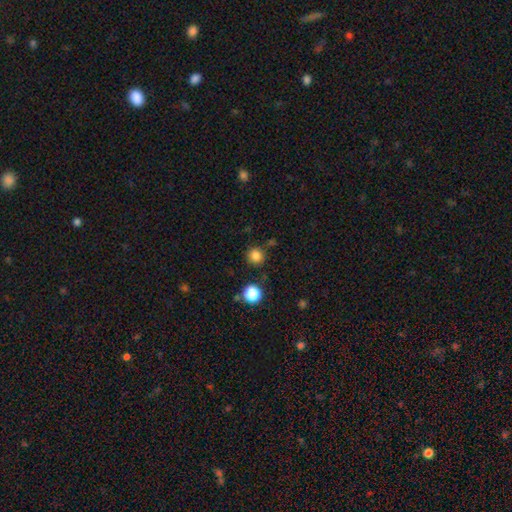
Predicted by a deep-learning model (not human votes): Smooth or featured? Predicted: smooth (p=0.82). How rounded? Predicted: round (p=0.92). Merging? Predicted: none (p=0.85).